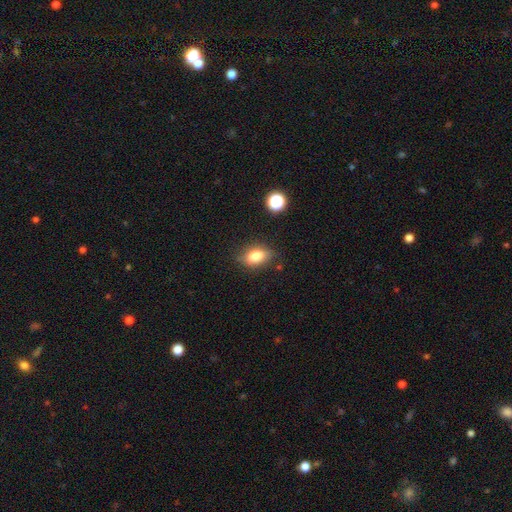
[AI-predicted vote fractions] Q: Smooth or featured?
A: smooth (79%); runner-up: featured or disk (11%)
Q: How rounded?
A: in between (81%); runner-up: round (16%)
Q: Merging?
A: none (79%); runner-up: minor disturbance (16%)